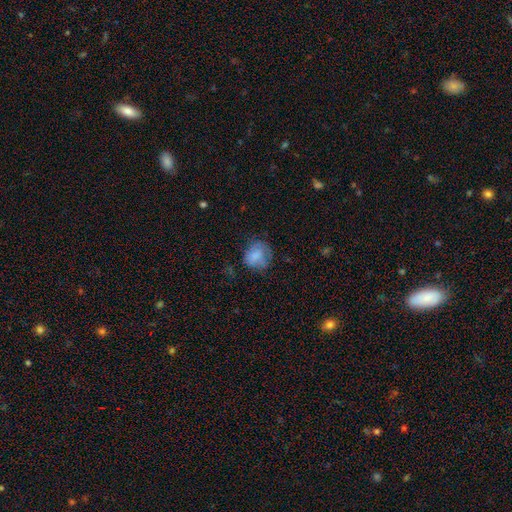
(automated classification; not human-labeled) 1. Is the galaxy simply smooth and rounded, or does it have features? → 75% smooth, 15% featured or disk, 10% star or artifact.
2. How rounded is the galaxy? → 69% round, 30% in between, 1% cigar-shaped.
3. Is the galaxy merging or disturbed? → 59% none, 26% minor disturbance, 13% major disturbance, 2% merger.